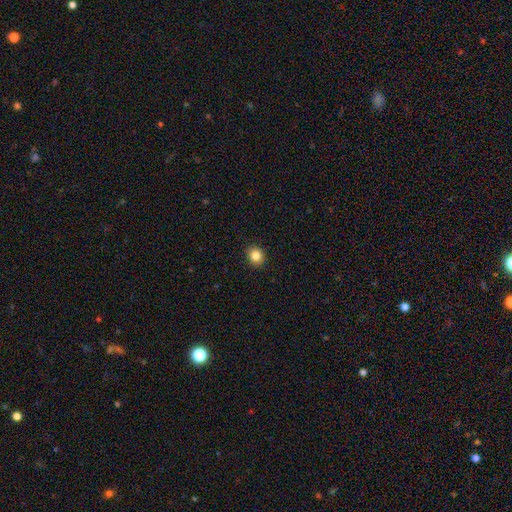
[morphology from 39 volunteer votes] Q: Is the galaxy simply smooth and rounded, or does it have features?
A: smooth — 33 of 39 (85%).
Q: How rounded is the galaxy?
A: round — 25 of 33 (76%).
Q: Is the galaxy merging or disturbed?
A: none — 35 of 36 (97%).